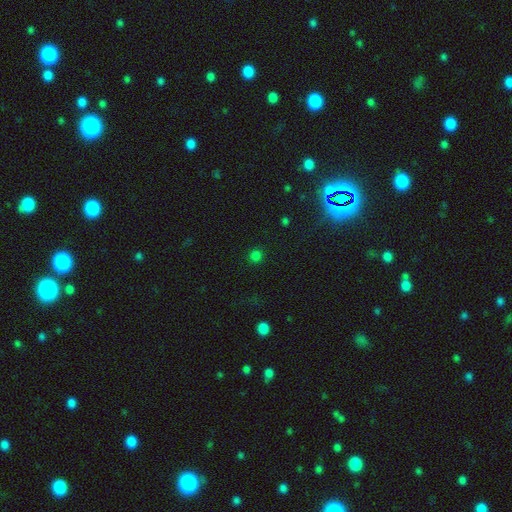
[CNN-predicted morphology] Overall: smooth (77%). How rounded: round (93%). Merging: none (90%).